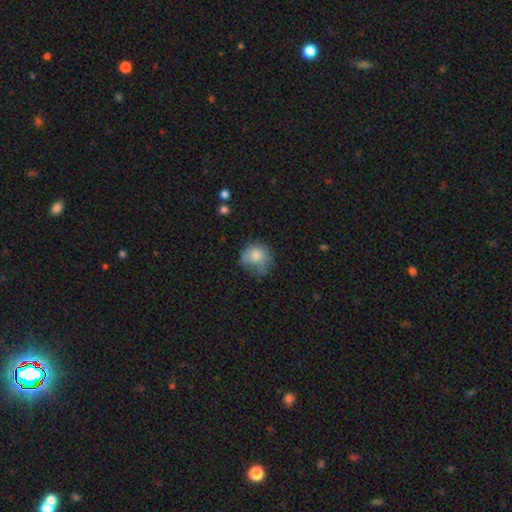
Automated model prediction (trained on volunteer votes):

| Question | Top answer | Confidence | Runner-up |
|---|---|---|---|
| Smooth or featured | smooth | 74% | featured or disk (17%) |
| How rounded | round | 69% | in between (30%) |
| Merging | none | 41% | minor disturbance (33%) |